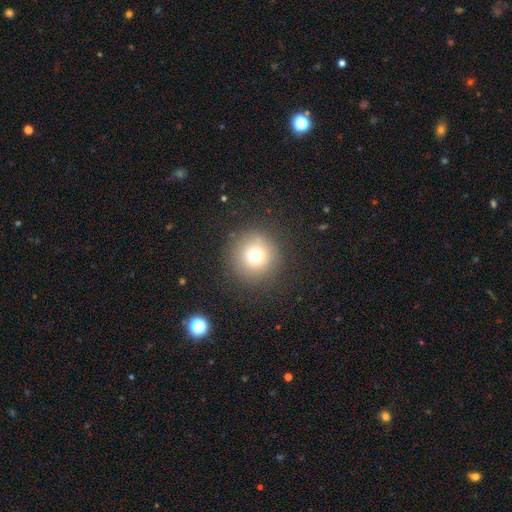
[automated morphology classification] Q: Smooth or featured?
A: smooth (73%); runner-up: star or artifact (16%)
Q: How rounded?
A: round (95%); runner-up: in between (4%)
Q: Merging?
A: none (87%); runner-up: minor disturbance (8%)